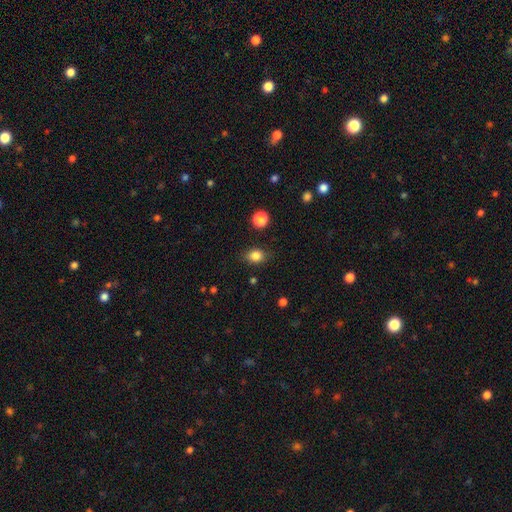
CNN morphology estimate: This appears to be a smooth galaxy with no disk features (84%) that is in between round and cigar-shaped (60%). Merging: none (82%).